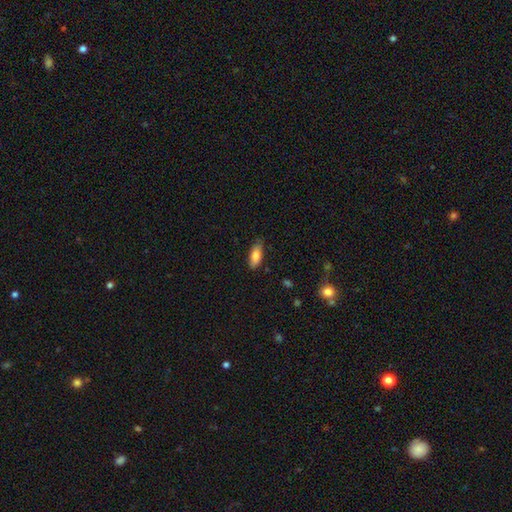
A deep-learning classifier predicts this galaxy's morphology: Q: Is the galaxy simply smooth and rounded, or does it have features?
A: smooth — 82%.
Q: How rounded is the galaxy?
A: in between — 80%.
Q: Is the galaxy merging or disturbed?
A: none — 80%.